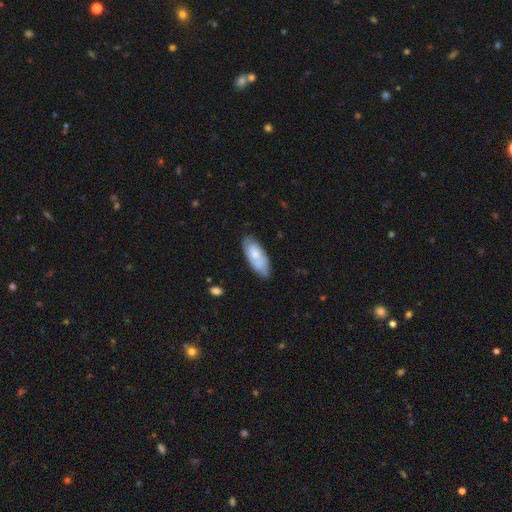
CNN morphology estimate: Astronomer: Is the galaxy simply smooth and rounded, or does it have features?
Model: smooth — 63%.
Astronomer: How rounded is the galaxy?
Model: in between — 82%.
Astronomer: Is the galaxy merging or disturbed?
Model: none — 73%.